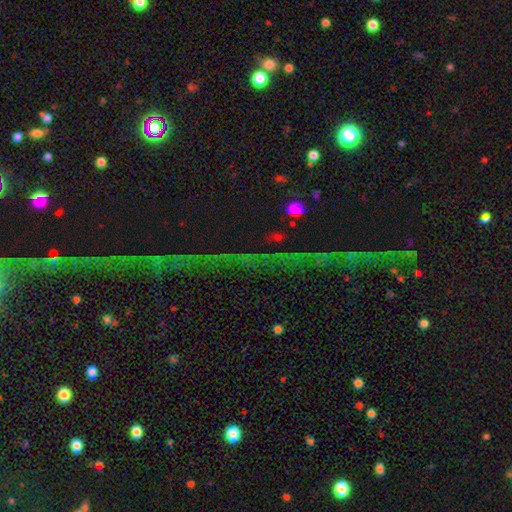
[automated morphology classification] Smooth or featured? Predicted: star or artifact (p=0.71).